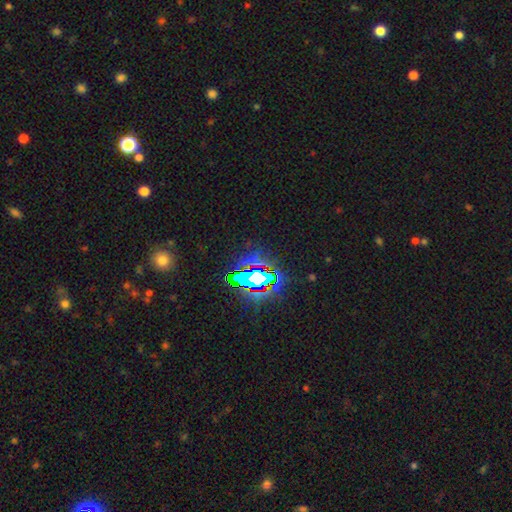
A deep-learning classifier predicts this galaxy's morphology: star or artifact 75%, smooth 15%, featured or disk 10%.